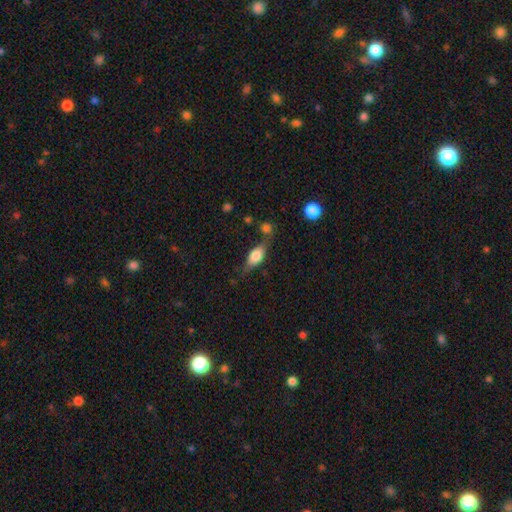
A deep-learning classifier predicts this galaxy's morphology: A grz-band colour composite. It shows a smooth galaxy with no disk features (66%) that is in between round and cigar-shaped (80%). Merging: none (57%).